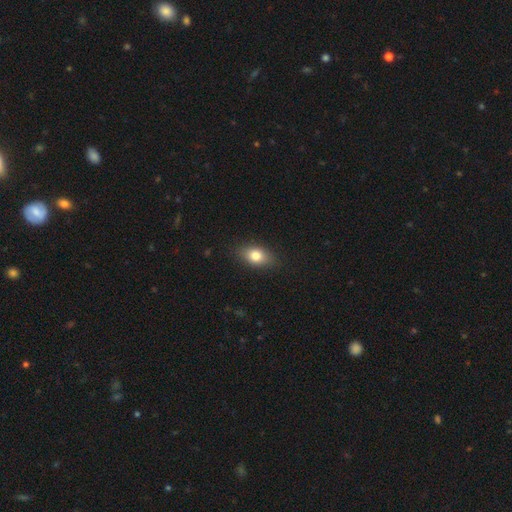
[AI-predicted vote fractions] smooth-or-featured: smooth: 79% | featured or disk: 12% | star or artifact: 8%
  how-rounded: in between: 82% | round: 14% | cigar-shaped: 4%
  merging: none: 86% | minor disturbance: 11% | major disturbance: 3% | merger: 1%